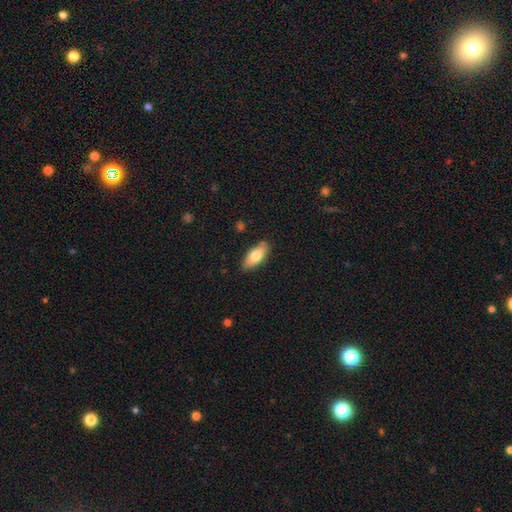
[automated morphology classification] This is likely a smooth galaxy (73%). How rounded: clearly in between (82%). Merging: clearly none (85%).